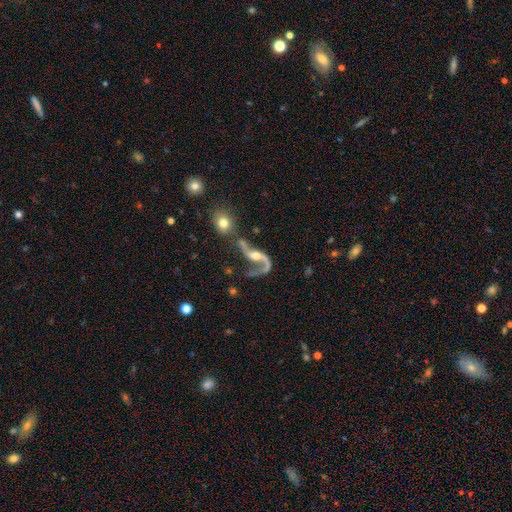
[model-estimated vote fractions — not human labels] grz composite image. It shows a featured or disk galaxy (81%) with no bar (51%), 2 (60%) loose (79%) spiral arms (89%) and a moderate central bulge (51%). Merging: major disturbance (30%).